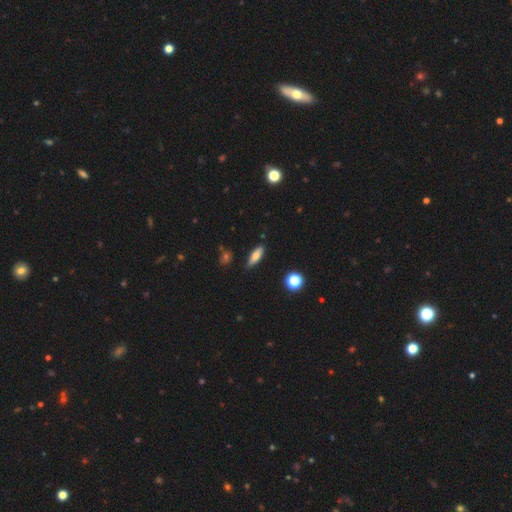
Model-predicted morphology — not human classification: type=smooth (68%); roundness=in between (50%); merging=none (83%).